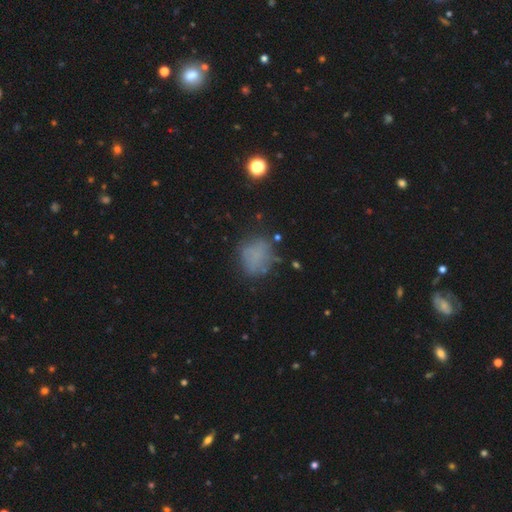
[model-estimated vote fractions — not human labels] This is likely a smooth galaxy (65%). How rounded: likely round (66%). Merging: likely none (61%).